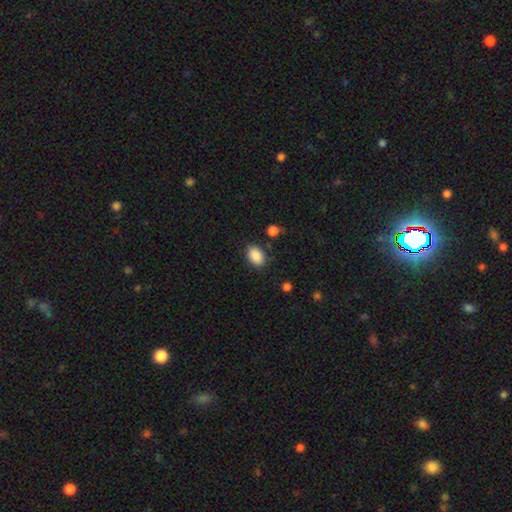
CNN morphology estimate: This is clearly a smooth galaxy (89%). How rounded: clearly in between (85%). Merging: clearly none (82%).